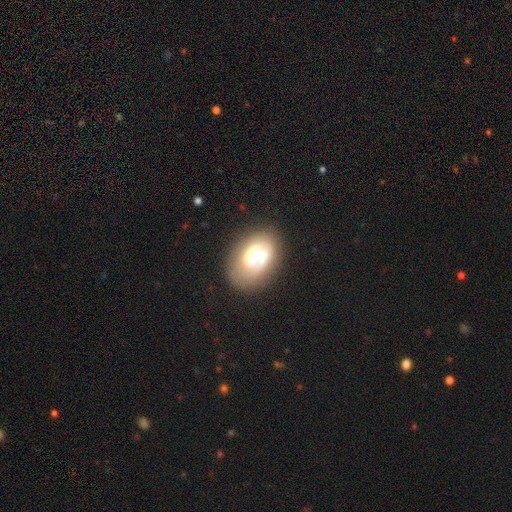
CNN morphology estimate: Smooth or featured: featured or disk — 62% (smooth — 30%)
Edge-on disk: no — 97% (yes — 3%)
Bar: no — 51% (weak — 34%)
Spiral arms: yes — 77% (no — 23%)
Bulge size: moderate — 27% (small — 24%)
Merging: none — 58% (minor disturbance — 22%)